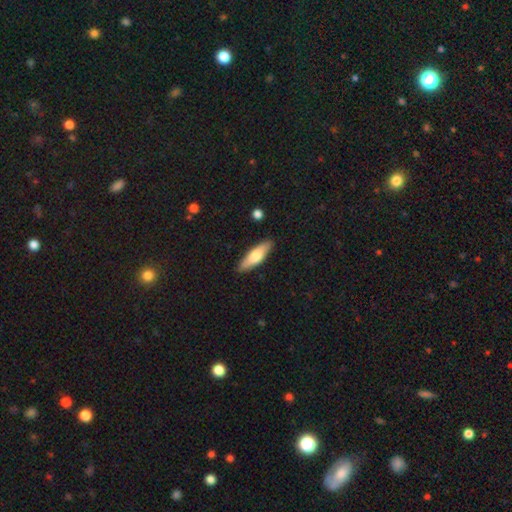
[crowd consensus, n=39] A smooth galaxy with no disk features (62%) that is in between round and cigar-shaped (71%). Merging: none (84%).